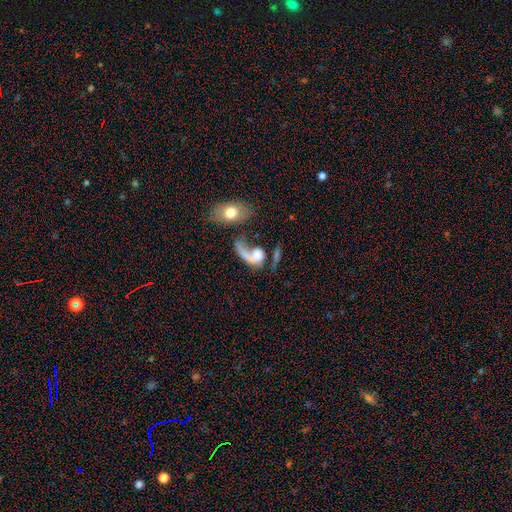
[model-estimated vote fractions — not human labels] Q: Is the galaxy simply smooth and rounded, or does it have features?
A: featured or disk — 48%.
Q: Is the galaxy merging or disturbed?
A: merger — 40%.